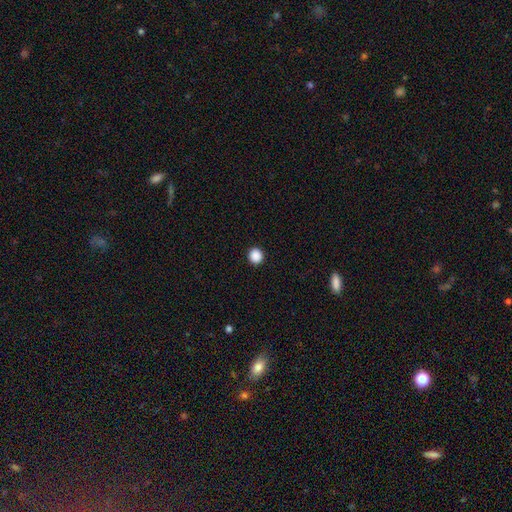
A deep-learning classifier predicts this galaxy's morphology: Overall: smooth (89%). How rounded: round (93%). Merging: none (93%).